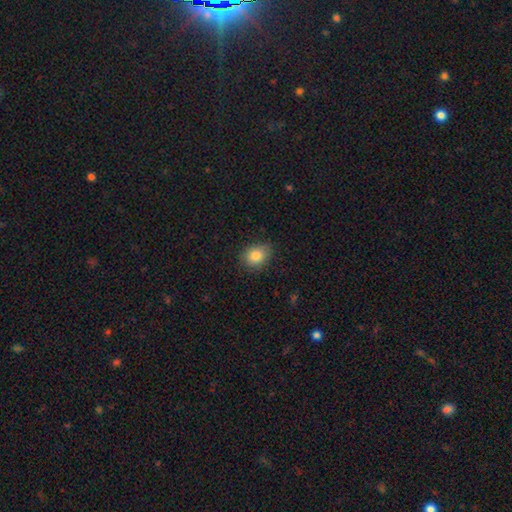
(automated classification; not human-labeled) Smooth or featured?
  - smooth: 84% *
  - star or artifact: 9%
  - featured or disk: 7%
How rounded?
  - in between: 52% *
  - round: 47%
  - cigar-shaped: 1%
Merging?
  - none: 78% *
  - minor disturbance: 17%
  - major disturbance: 3%
  - merger: 1%